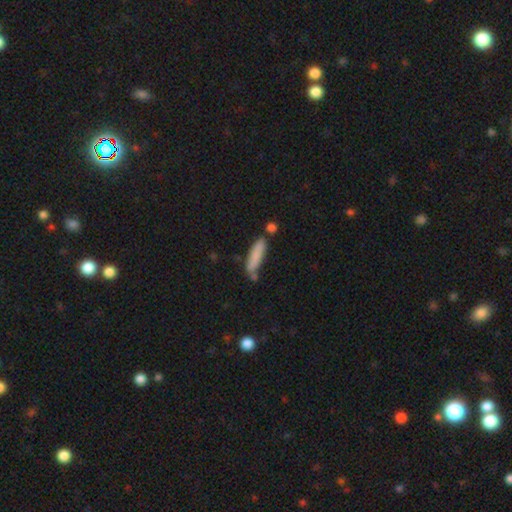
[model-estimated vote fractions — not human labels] This is clearly a smooth galaxy (82%). How rounded: likely cigar-shaped (77%). Merging: likely none (66%).